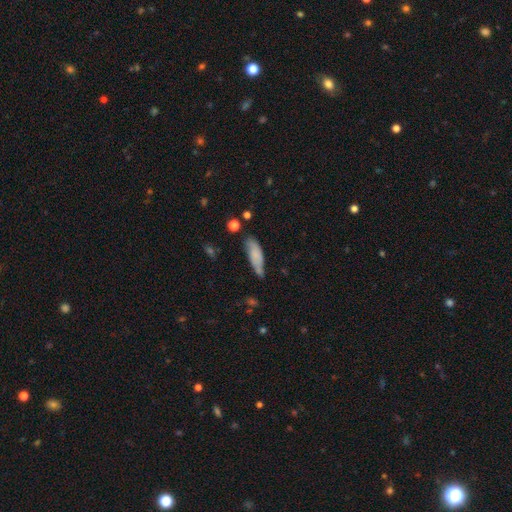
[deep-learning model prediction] Smooth or featured? smooth (77%)
How rounded? in between (53%)
Merging? none (56%)